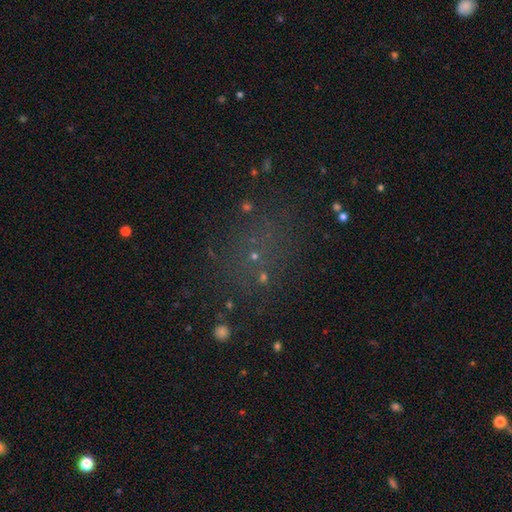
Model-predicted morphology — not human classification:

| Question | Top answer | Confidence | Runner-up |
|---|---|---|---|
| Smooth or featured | star or artifact | 50% | smooth (34%) |